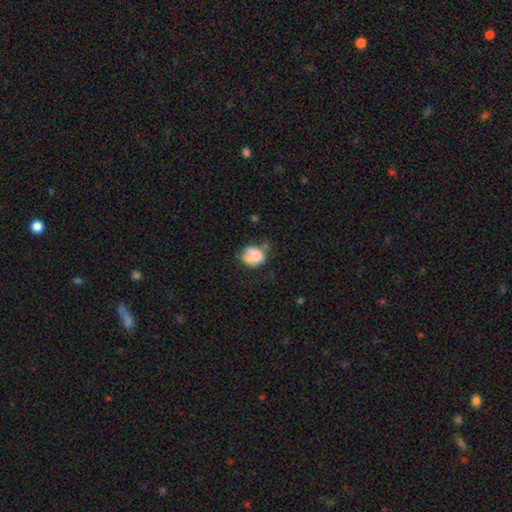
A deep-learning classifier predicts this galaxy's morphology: Overall: smooth (67%). How rounded: round (58%; in between 41%). Merging: none (33%; minor disturbance 32%).